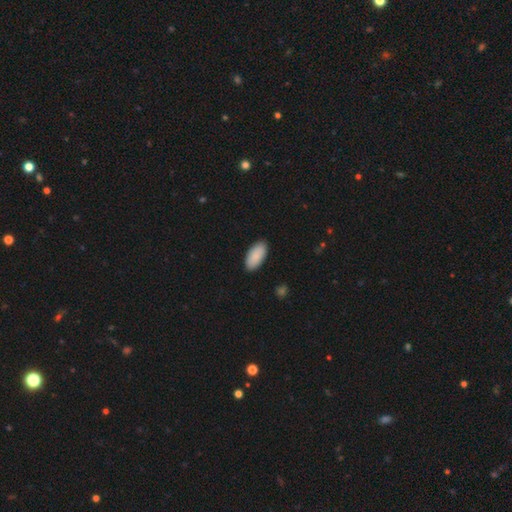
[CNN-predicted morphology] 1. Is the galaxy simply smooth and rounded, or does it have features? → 90% smooth, 6% star or artifact, 5% featured or disk.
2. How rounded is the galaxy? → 94% in between, 5% cigar-shaped, 2% round.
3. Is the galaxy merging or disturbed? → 89% none, 8% minor disturbance, 2% major disturbance, 1% merger.